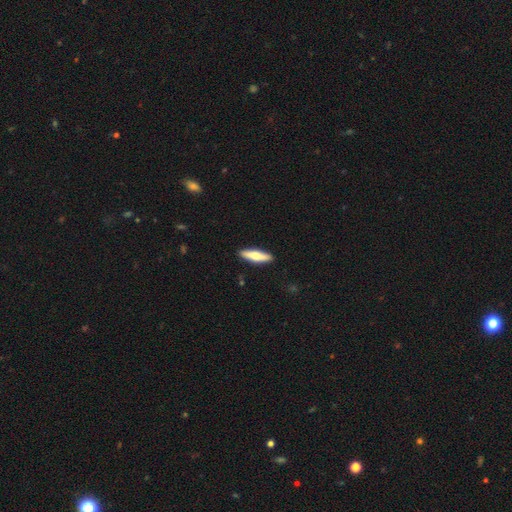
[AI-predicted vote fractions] Overall: smooth (62%; featured or disk 33%). How rounded: cigar-shaped (70%). Merging: none (90%).